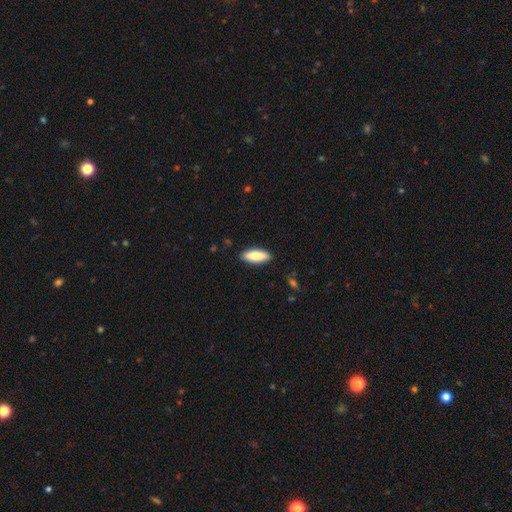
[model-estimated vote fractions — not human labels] Q: Smooth or featured?
A: smooth (86%); runner-up: featured or disk (8%)
Q: How rounded?
A: in between (62%); runner-up: cigar-shaped (36%)
Q: Merging?
A: none (88%); runner-up: minor disturbance (9%)